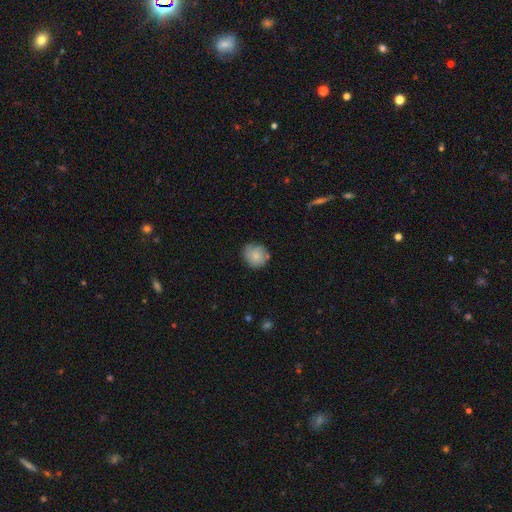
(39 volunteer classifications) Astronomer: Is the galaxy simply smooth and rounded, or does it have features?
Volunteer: smooth — 79%.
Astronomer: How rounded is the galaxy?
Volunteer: round — 90%.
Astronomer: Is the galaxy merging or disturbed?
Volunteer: none — 74%.